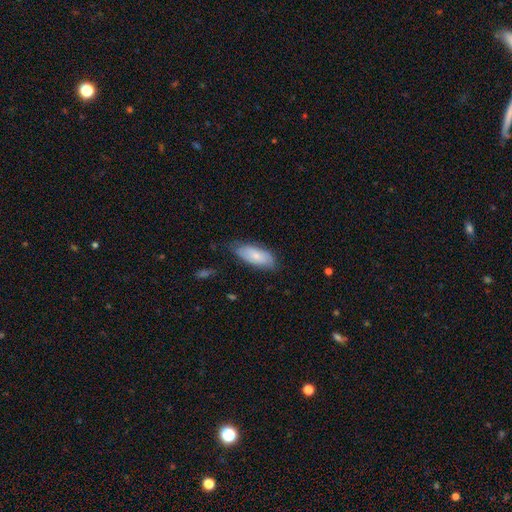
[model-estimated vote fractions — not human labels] smooth 75%, featured or disk 19%, star or artifact 6%. Down the decision tree: how rounded — in between (84%); merging — none (73%).